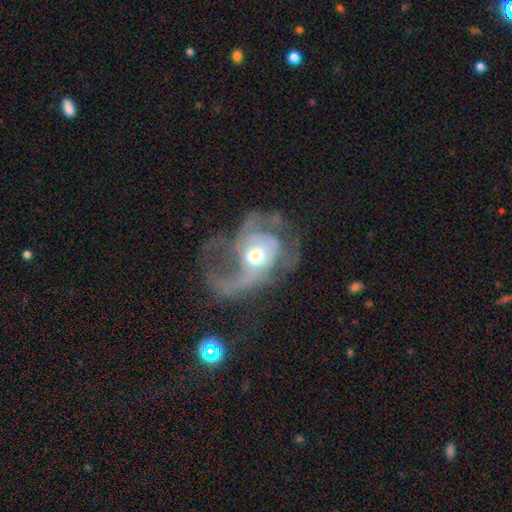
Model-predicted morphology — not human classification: smooth-or-featured: featured or disk: 78% | smooth: 15% | star or artifact: 7%
  disk-edge-on: no: 97% | yes: 3%
    bar: no: 69% | weak: 24% | strong: 7%
    has-spiral-arms: yes: 79% | no: 21%
      spiral-winding: loose: 43% | medium: 41% | tight: 17%
      spiral-arm-count: 2: 40% | can't tell: 23% | 3: 14% | 1: 14% | 4: 5% | more than 4: 4%
    bulge-size: moderate: 65% | large: 17% | small: 15% | dominant: 2% | none: 1%
  merging: major disturbance: 54% | none: 26% | minor disturbance: 16% | merger: 4%